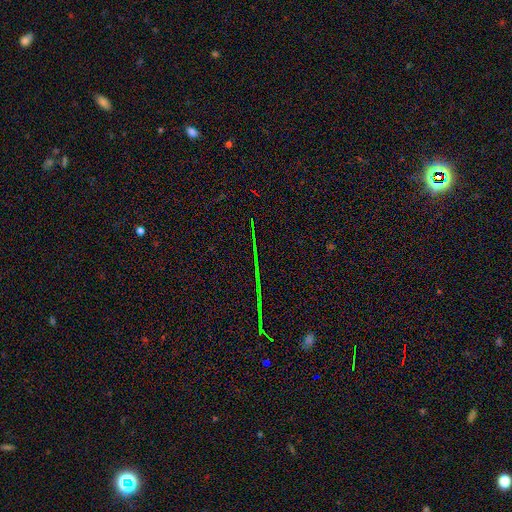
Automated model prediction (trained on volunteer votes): star or artifact 81%, featured or disk 10%, smooth 9%.